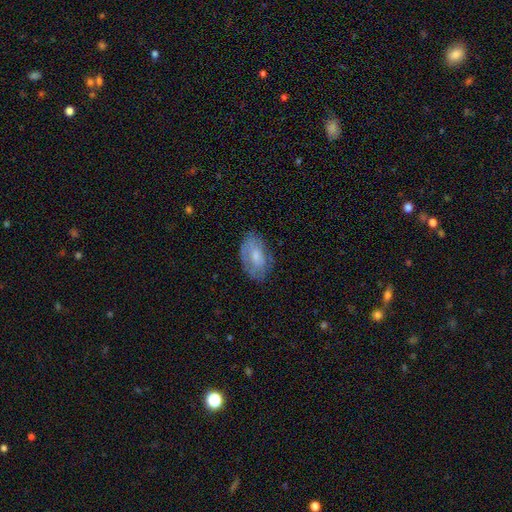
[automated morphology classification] Smooth or featured?
  - smooth: 58% *
  - featured or disk: 35%
  - star or artifact: 7%
How rounded?
  - in between: 92% *
  - round: 6%
  - cigar-shaped: 2%
Merging?
  - none: 69% *
  - minor disturbance: 22%
  - major disturbance: 7%
  - merger: 1%